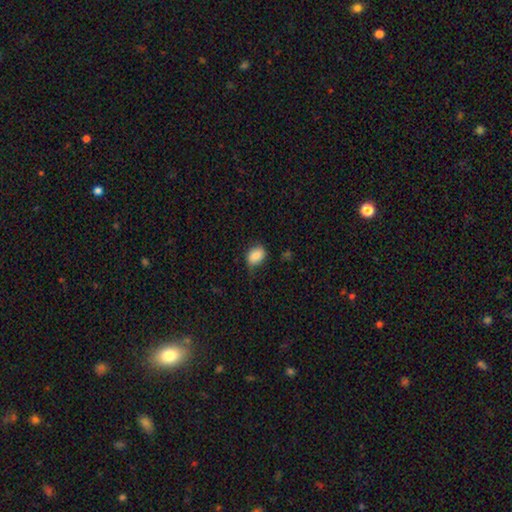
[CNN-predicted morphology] type=smooth (85%); roundness=in between (69%); merging=none (65%).